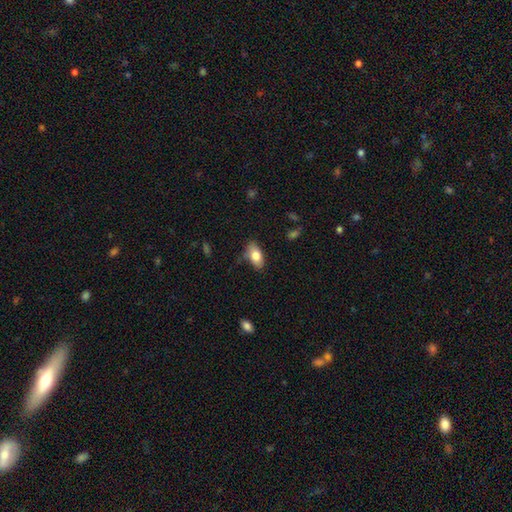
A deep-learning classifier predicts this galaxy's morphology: Smooth or featured?
  - smooth: 81% *
  - featured or disk: 12%
  - star or artifact: 7%
How rounded?
  - in between: 91% *
  - cigar-shaped: 4%
  - round: 4%
Merging?
  - none: 70% *
  - minor disturbance: 22%
  - major disturbance: 5%
  - merger: 2%